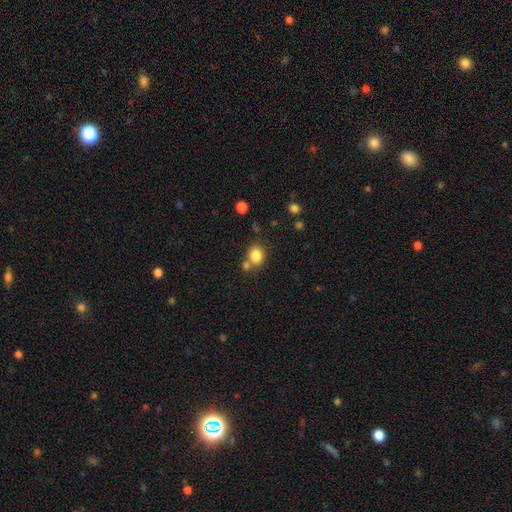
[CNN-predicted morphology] Smooth or featured? Predicted: smooth (p=0.83). How rounded? Predicted: round (p=0.65). Merging? Predicted: none (p=0.62).